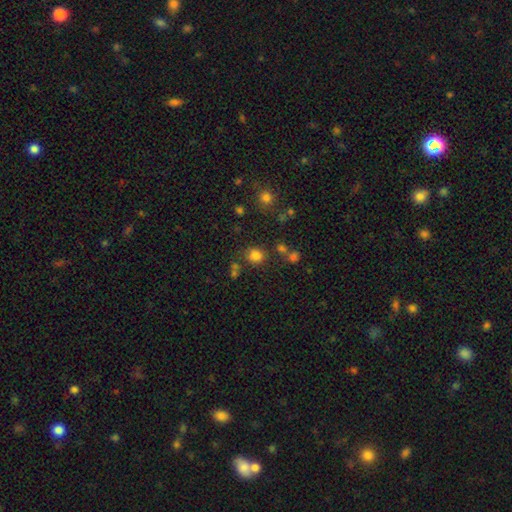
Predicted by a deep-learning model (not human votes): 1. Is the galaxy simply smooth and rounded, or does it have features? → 77% smooth, 16% star or artifact, 6% featured or disk.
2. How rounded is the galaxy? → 81% round, 18% in between, 1% cigar-shaped.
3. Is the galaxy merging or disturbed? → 76% none, 11% minor disturbance, 9% merger, 4% major disturbance.